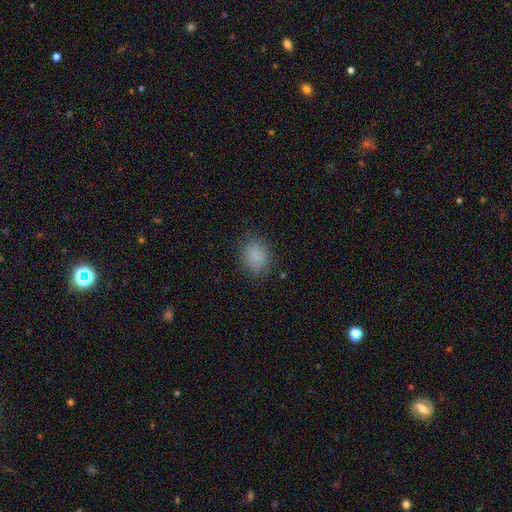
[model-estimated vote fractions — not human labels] A smooth galaxy with no disk features (86%) that is round (53%).

Vote fractions:
- Smooth or featured? smooth: 86% / star or artifact: 10% / featured or disk: 4%
- How rounded? round: 53% / in between: 46% / cigar-shaped: 1%
- Merging? none: 84% / minor disturbance: 12% / major disturbance: 4% / merger: 1%